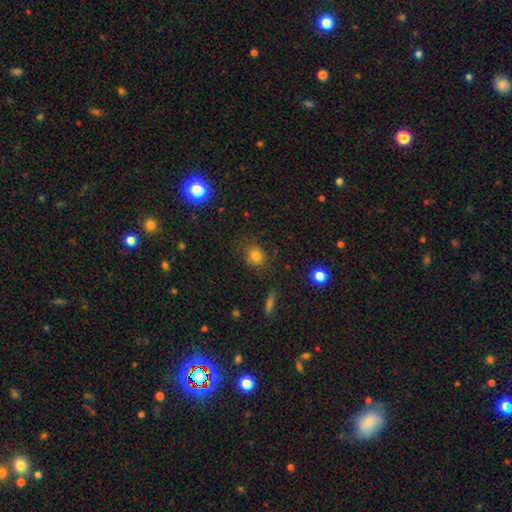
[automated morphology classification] This is likely a smooth galaxy (78%). How rounded: likely round (67%). Merging: likely none (74%).